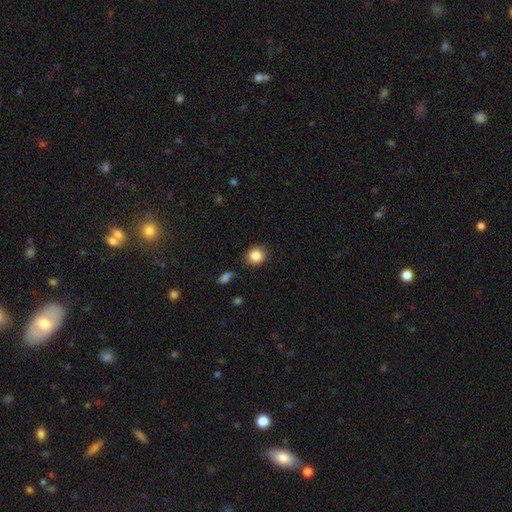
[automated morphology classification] Overall: smooth (85%). How rounded: round (81%). Merging: none (85%).